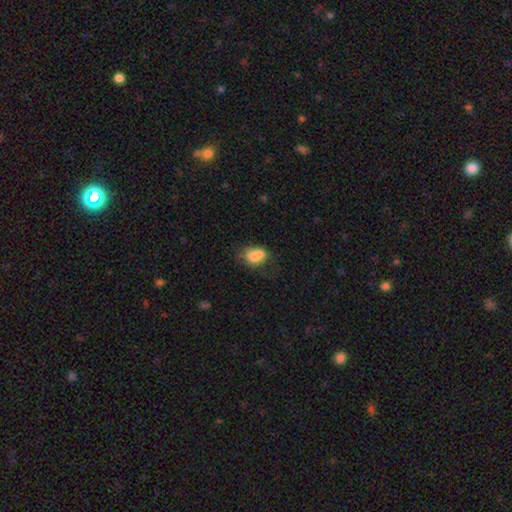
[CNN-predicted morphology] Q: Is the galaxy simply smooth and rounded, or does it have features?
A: smooth — 71%.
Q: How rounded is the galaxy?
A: in between — 63%.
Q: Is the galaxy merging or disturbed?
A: merger — 42%.